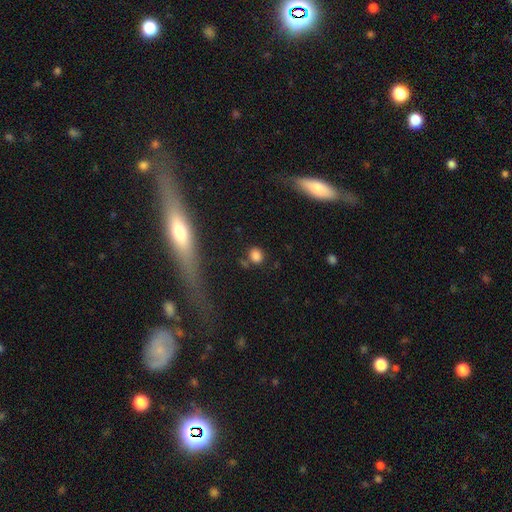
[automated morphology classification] smooth_or_featured: smooth (p=0.81) [alt: star or artifact p=0.13]
how_rounded: round (p=0.71) [alt: in between p=0.27]
merging: none (p=0.76) [alt: minor disturbance p=0.12]